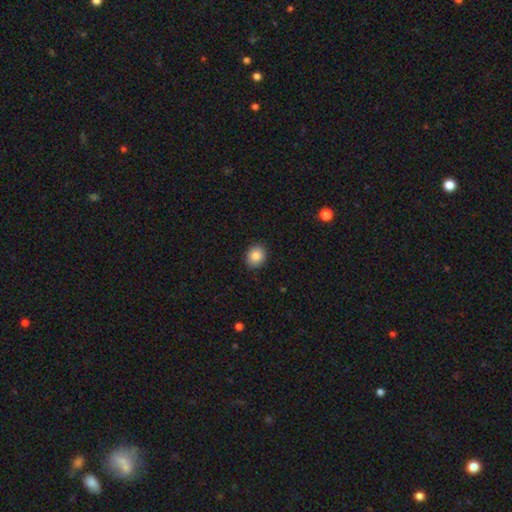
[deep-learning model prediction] Smooth or featured?
  - smooth: 84% *
  - star or artifact: 9%
  - featured or disk: 7%
How rounded?
  - round: 62% *
  - in between: 37%
  - cigar-shaped: 1%
Merging?
  - none: 90% *
  - minor disturbance: 7%
  - major disturbance: 2%
  - merger: 1%